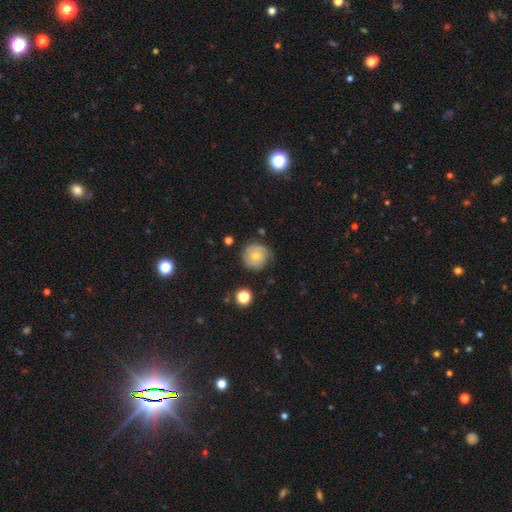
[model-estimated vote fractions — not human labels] A smooth galaxy with no disk features (55%) that is round (92%). Merging: none (72%).